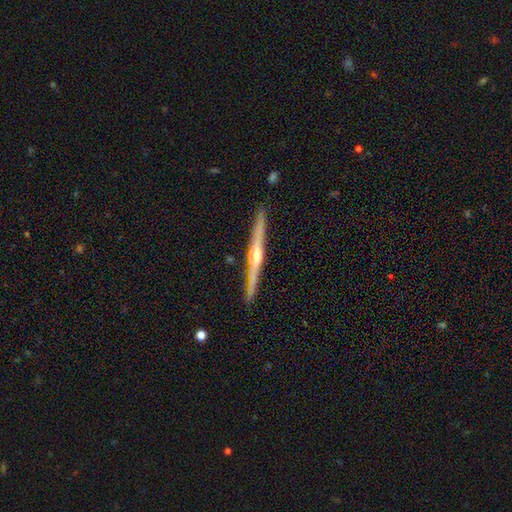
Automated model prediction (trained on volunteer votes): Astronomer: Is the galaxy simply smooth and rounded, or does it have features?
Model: featured or disk — 77%.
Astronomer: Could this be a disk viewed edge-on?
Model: yes — 98%.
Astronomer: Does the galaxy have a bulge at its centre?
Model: rounded — 83%.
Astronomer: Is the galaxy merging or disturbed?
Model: none — 90%.